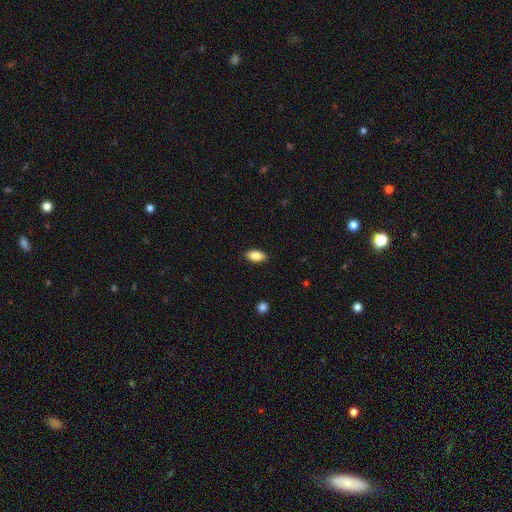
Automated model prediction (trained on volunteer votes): Smooth or featured? Predicted: smooth (p=0.86). How rounded? Predicted: in between (p=0.91). Merging? Predicted: none (p=0.89).